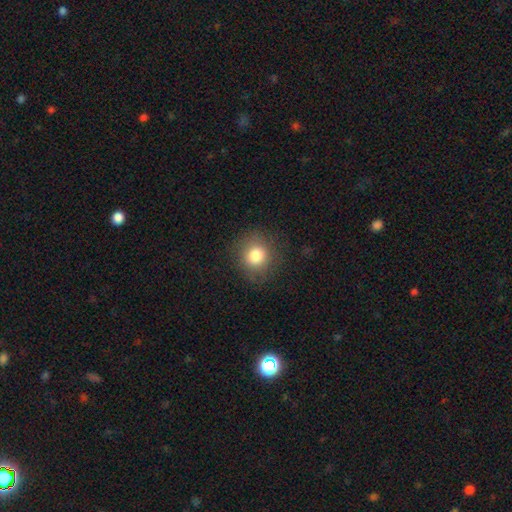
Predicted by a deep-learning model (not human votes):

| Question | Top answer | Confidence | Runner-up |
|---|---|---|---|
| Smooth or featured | smooth | 82% | star or artifact (11%) |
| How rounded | round | 85% | in between (14%) |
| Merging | none | 86% | minor disturbance (10%) |